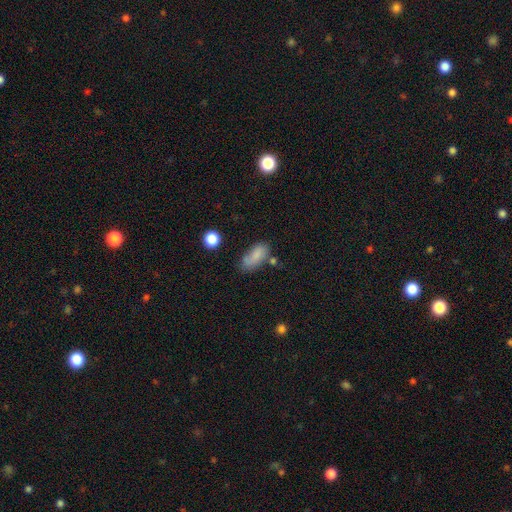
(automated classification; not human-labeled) smooth_or_featured: smooth (p=0.77) [alt: featured or disk p=0.13]
how_rounded: in between (p=0.86) [alt: cigar-shaped p=0.09]
merging: none (p=0.52) [alt: minor disturbance p=0.27]